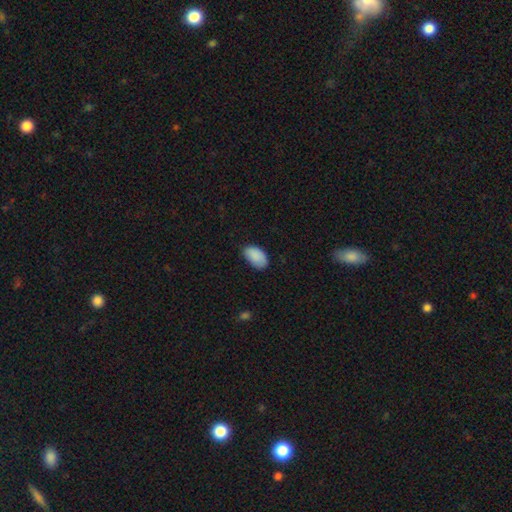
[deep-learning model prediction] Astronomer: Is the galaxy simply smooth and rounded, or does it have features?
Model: smooth — 88%.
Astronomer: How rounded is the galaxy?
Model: in between — 93%.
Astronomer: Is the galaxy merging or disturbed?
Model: none — 70%.